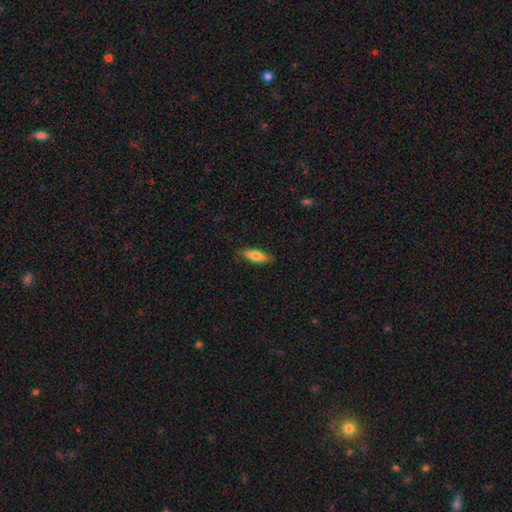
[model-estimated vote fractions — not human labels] Smooth or featured?
  - smooth: 76% *
  - featured or disk: 18%
  - star or artifact: 6%
How rounded?
  - cigar-shaped: 56% *
  - in between: 42%
  - round: 2%
Merging?
  - none: 86% *
  - minor disturbance: 11%
  - major disturbance: 2%
  - merger: 1%